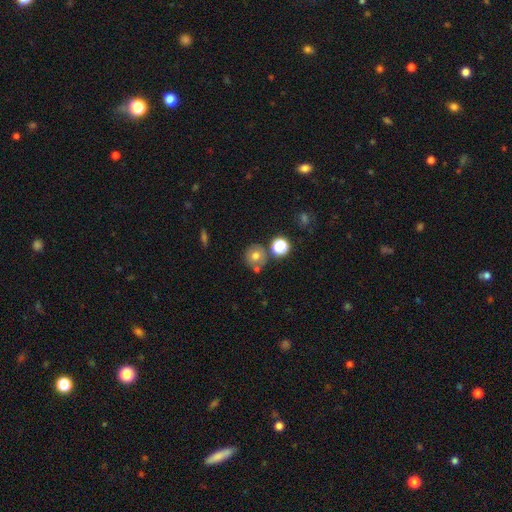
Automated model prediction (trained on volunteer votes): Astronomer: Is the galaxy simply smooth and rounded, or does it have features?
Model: smooth — 65%.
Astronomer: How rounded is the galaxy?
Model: round — 89%.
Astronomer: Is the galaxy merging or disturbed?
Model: none — 65%.